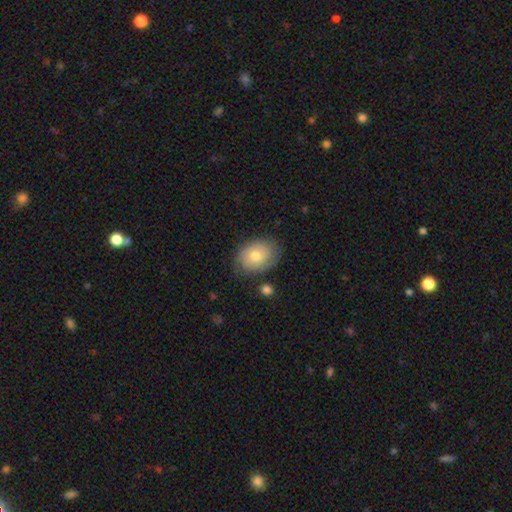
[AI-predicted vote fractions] This appears to be a smooth galaxy with no disk features (68%) that is in between round and cigar-shaped (67%). Merging: none (72%).